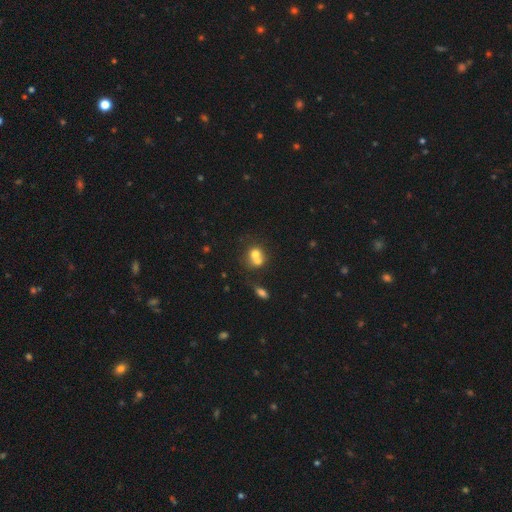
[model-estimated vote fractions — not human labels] Morphology: type=smooth (67%); roundness=round (71%); merging=merger (63%).